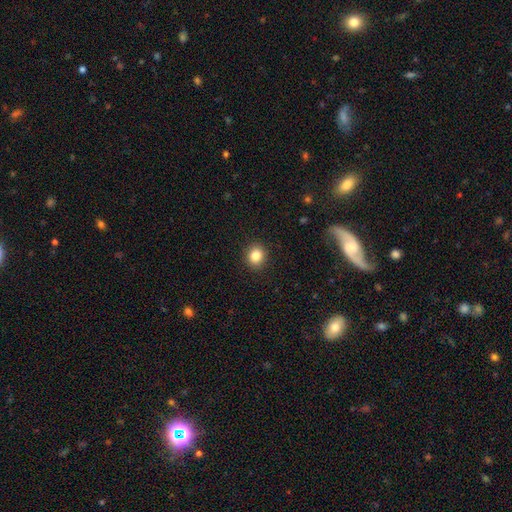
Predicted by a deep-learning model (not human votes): smooth_or_featured: smooth (p=0.84) [alt: star or artifact p=0.10]
how_rounded: round (p=0.79) [alt: in between p=0.20]
merging: none (p=0.91) [alt: minor disturbance p=0.06]